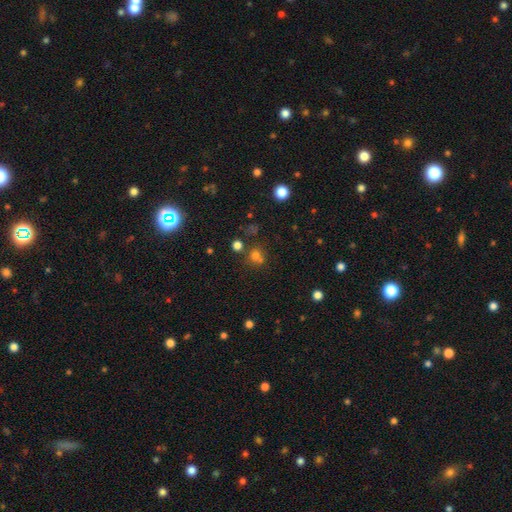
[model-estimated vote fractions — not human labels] smooth-or-featured: smooth: 66% | star or artifact: 24% | featured or disk: 10%
  how-rounded: round: 82% | in between: 17% | cigar-shaped: 1%
  merging: none: 56% | merger: 28% | minor disturbance: 10% | major disturbance: 5%